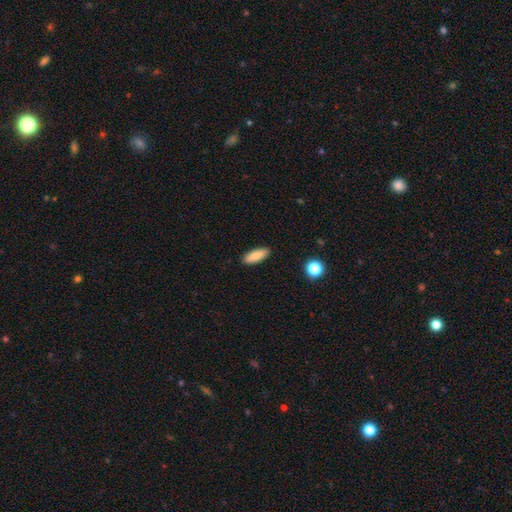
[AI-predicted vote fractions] Smooth or featured?
  - smooth: 84% *
  - featured or disk: 9%
  - star or artifact: 7%
How rounded?
  - in between: 69% *
  - cigar-shaped: 29%
  - round: 2%
Merging?
  - none: 89% *
  - minor disturbance: 8%
  - major disturbance: 2%
  - merger: 1%